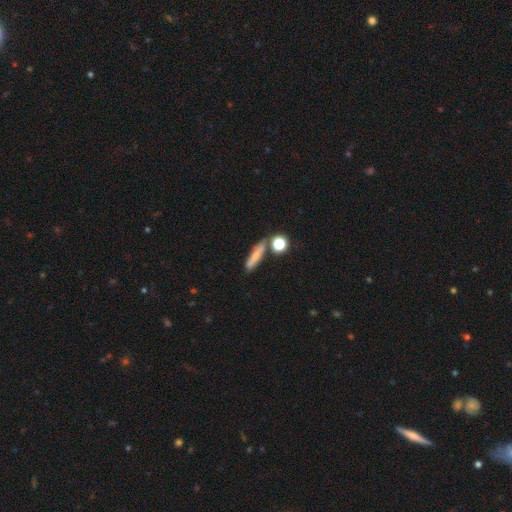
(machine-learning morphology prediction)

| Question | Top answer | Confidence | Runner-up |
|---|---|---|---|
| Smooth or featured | smooth | 61% | featured or disk (27%) |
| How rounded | cigar-shaped | 65% | in between (22%) |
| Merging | none | 67% | minor disturbance (16%) |